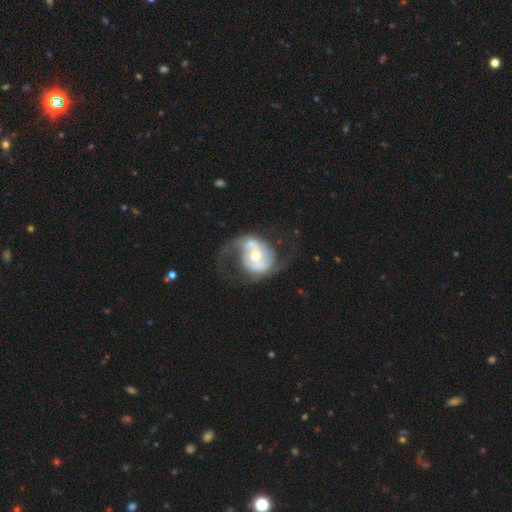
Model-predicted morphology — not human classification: type=featured or disk (76%); edge-on=no (97%); bar=no (53%); spiral arms=yes (81%); winding=loose (43%); arm count=2 (75%); bulge=moderate (61%); merging=none (43%).